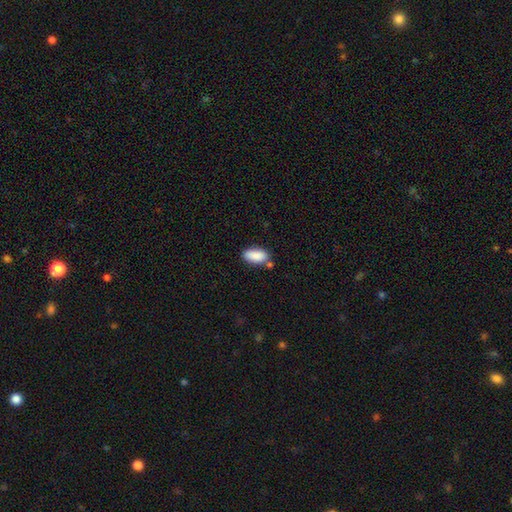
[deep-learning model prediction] smooth-or-featured: smooth: 88% | star or artifact: 7% | featured or disk: 5%
  how-rounded: in between: 88% | cigar-shaped: 9% | round: 3%
  merging: none: 70% | minor disturbance: 16% | merger: 11% | major disturbance: 3%